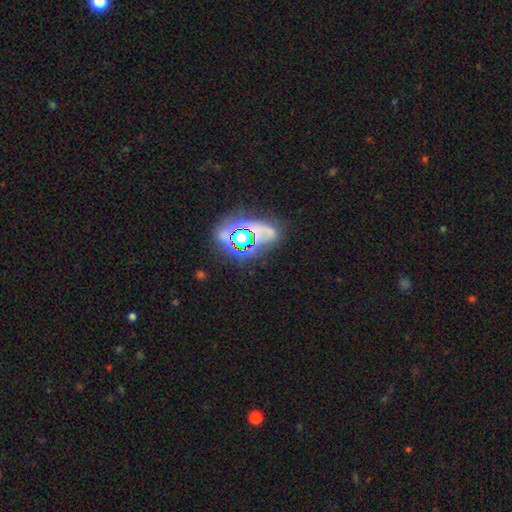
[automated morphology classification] Smooth or featured?
  - featured or disk: 35% *
  - smooth: 33%
  - star or artifact: 32%
Merging?
  - none: 46% *
  - merger: 29%
  - minor disturbance: 13%
  - major disturbance: 12%